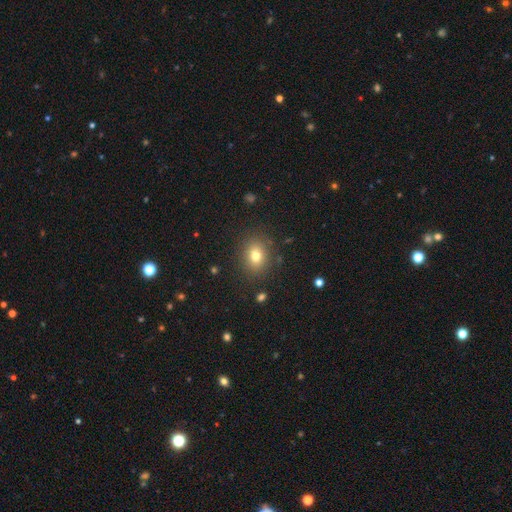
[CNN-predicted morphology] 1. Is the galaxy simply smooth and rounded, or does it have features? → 77% smooth, 13% star or artifact, 10% featured or disk.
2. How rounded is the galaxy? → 53% round, 46% in between, 1% cigar-shaped.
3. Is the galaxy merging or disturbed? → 85% none, 9% minor disturbance, 4% major disturbance, 2% merger.